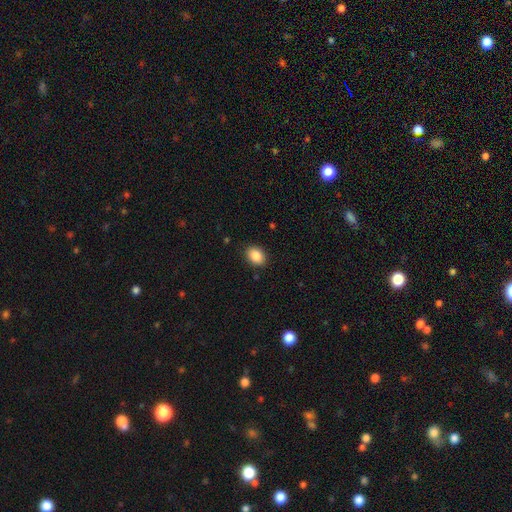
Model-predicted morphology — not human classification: smooth 87%, star or artifact 8%, featured or disk 5%. Down the decision tree: how rounded — in between (74%); merging — none (89%).